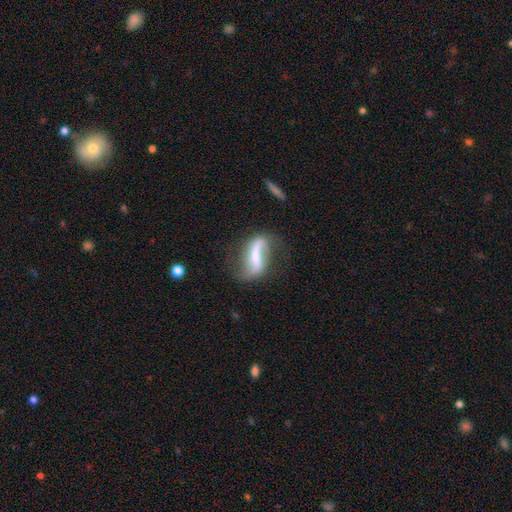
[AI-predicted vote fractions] Overall: featured or disk (72%). Edge-on disk: no (91%). Bar: strong (55%; weak 28%). Spiral arms: yes (86%). Spiral arm count: 2 (84%). Spiral winding: loose (85%). Bulge size: none (34%; small 31%). Merging: none (56%; minor disturbance 22%).